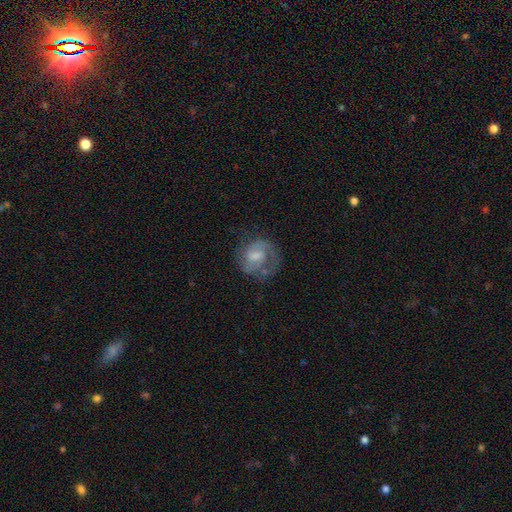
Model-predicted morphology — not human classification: type=featured or disk (71%); edge-on=no (98%); bar=weak (53%); spiral arms=yes (89%); winding=medium (46%); arm count=2 (62%); bulge=moderate (40%); merging=none (56%).